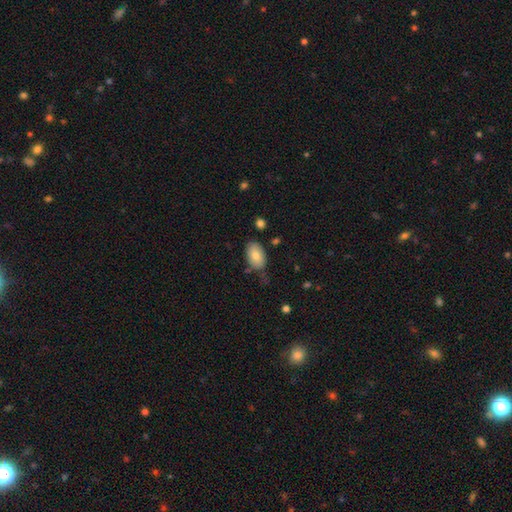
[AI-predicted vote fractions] A smooth galaxy with no disk features (80%) that is in between round and cigar-shaped (93%).

Vote fractions:
- Smooth or featured? smooth: 80% / featured or disk: 13% / star or artifact: 7%
- How rounded? in between: 93% / round: 6% / cigar-shaped: 1%
- Merging? none: 70% / minor disturbance: 21% / major disturbance: 5% / merger: 4%